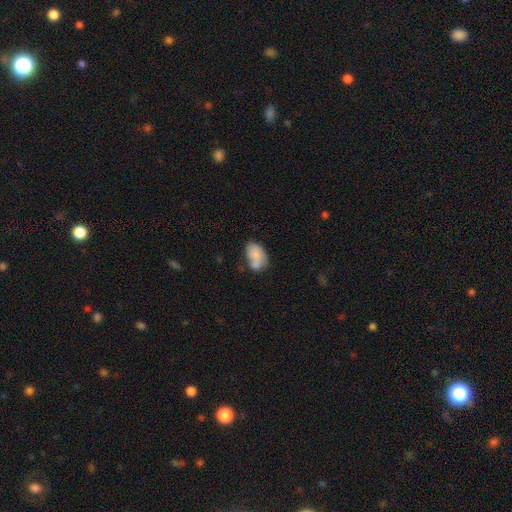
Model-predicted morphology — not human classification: This appears to be a smooth galaxy with no disk features (72%) that is in between round and cigar-shaped (87%). Merging: none (37%).